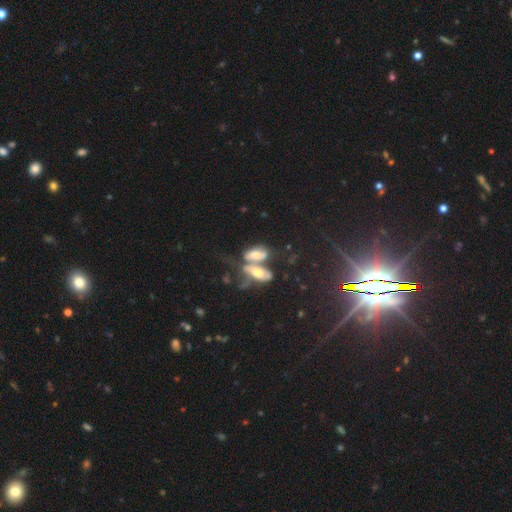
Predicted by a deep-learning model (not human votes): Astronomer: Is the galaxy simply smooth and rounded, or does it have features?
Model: smooth — 46% (runner-up: featured or disk, 43%).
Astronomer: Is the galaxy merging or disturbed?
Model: merger — 66%.